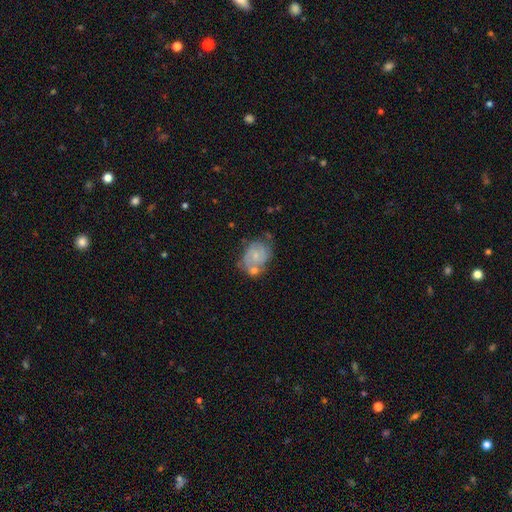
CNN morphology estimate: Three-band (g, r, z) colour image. It shows a featured or disk galaxy (66%) with no bar (72%), 2 (49%) tight (51%) spiral arms (86%) and a small central bulge (70%). Merging: none (43%).